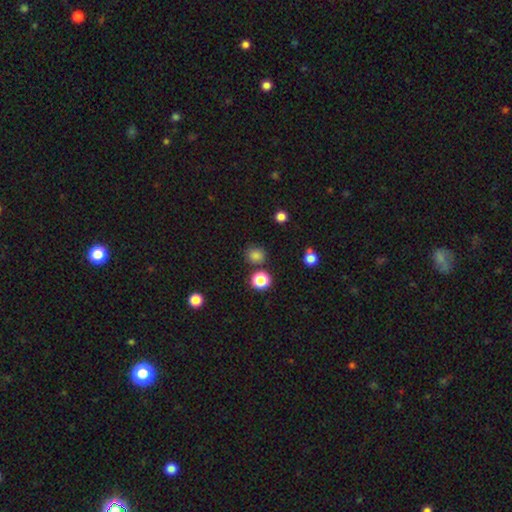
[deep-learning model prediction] smooth_or_featured: smooth (p=0.79) [alt: star or artifact p=0.16]
how_rounded: round (p=0.85) [alt: in between p=0.14]
merging: none (p=0.81) [alt: minor disturbance p=0.09]